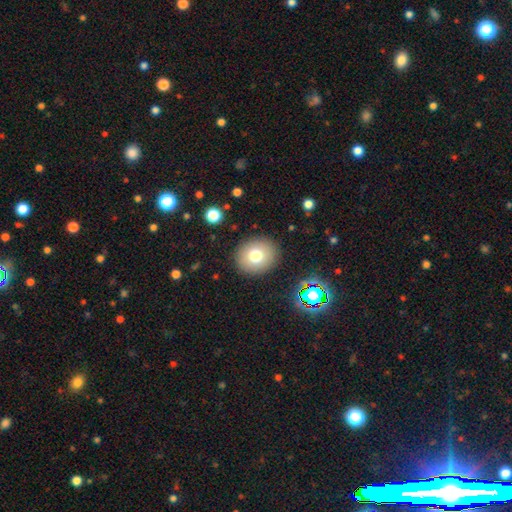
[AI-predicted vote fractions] Overall: smooth (75%). How rounded: round (72%). Merging: none (89%).